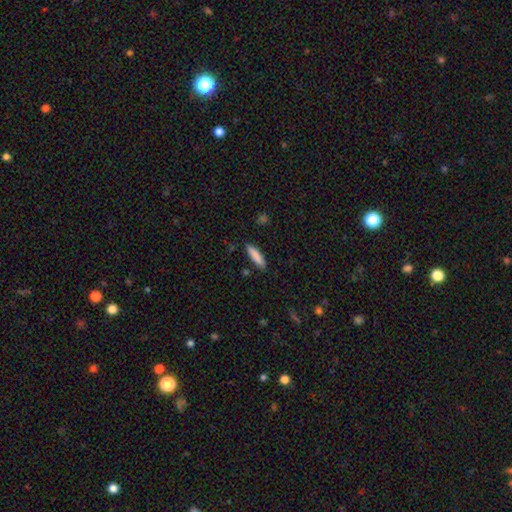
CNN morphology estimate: type=smooth (86%); roundness=cigar-shaped (73%); merging=none (87%).